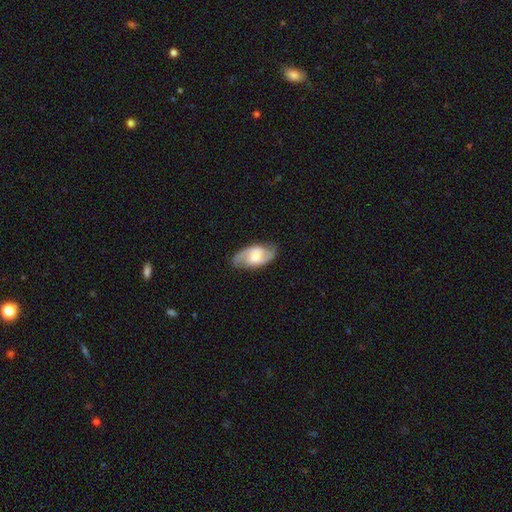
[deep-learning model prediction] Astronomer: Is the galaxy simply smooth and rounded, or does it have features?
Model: featured or disk — 72%.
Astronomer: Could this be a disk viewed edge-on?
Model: no — 94%.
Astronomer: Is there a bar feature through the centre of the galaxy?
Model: weak — 46% (runner-up: no, 40%).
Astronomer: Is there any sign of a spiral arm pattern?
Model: yes — 91%.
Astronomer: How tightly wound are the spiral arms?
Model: medium — 50% (runner-up: loose, 26%).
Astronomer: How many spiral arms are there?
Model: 2 — 90%.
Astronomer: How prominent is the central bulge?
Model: moderate — 48% (runner-up: small, 28%).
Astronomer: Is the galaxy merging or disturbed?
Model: none — 83%.